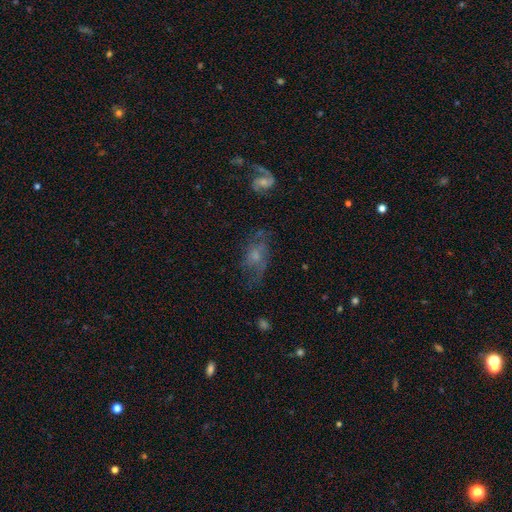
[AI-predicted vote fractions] A featured or disk galaxy (57%) with no bar (70%), spiral arms (76%) and a small central bulge (51%). Merging: none (49%).